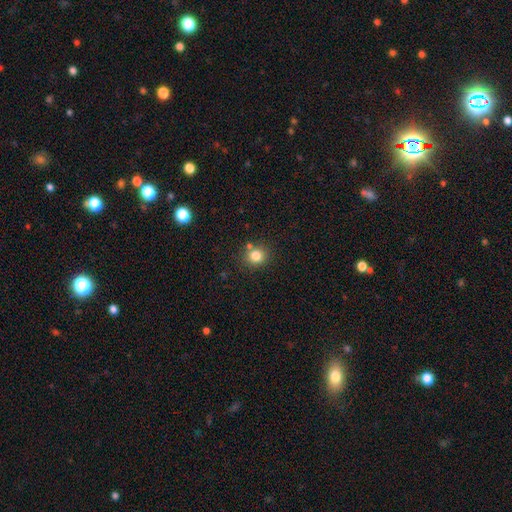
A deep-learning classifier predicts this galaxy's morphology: Smooth or featured? smooth (81%)
How rounded? round (82%)
Merging? none (77%)